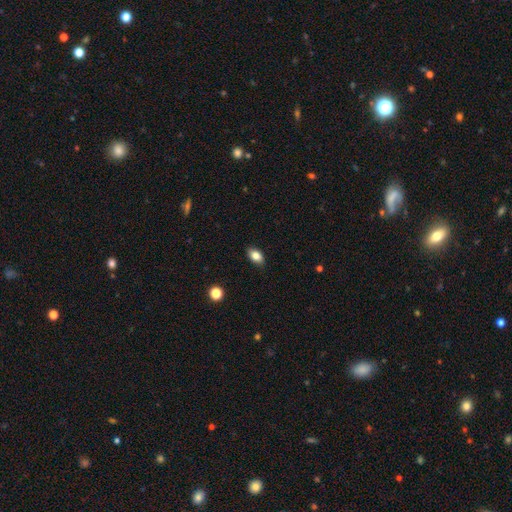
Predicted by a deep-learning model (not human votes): This appears to be a smooth galaxy with no disk features (83%) that is in between round and cigar-shaped (87%). Merging: none (88%).